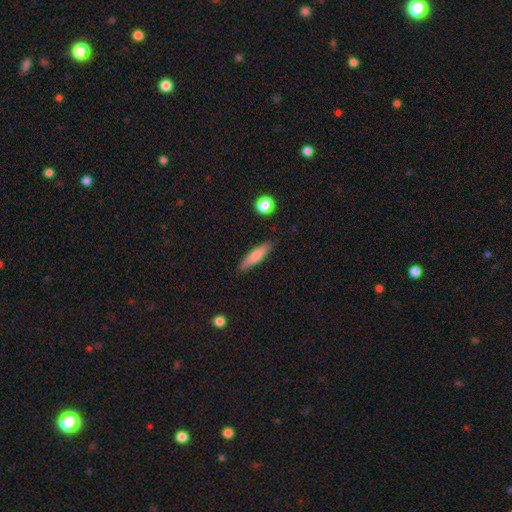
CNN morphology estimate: The model was most divided on "smooth or featured": smooth: 74%, featured or disk: 19%, star or artifact: 7%. More confident: merging — none (84%); how rounded — cigar-shaped (77%).